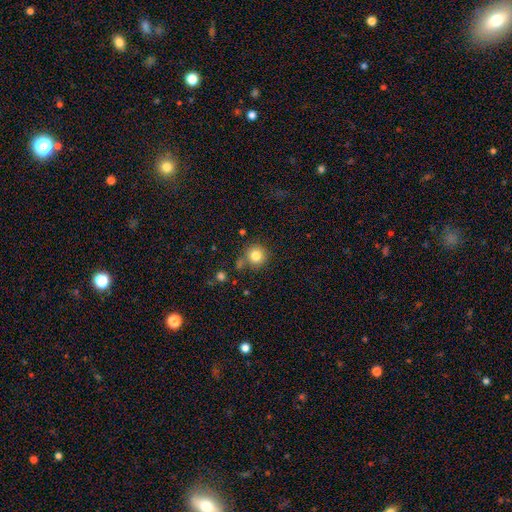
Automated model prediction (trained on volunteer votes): Overall: smooth (82%). How rounded: round (93%). Merging: none (76%).